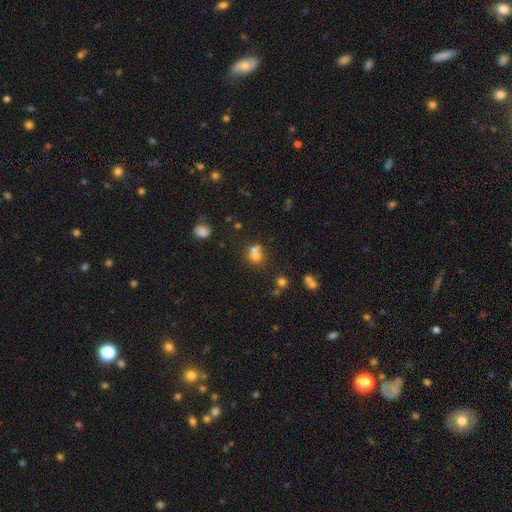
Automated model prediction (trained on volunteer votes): A smooth galaxy with no disk features (67%) that is round (69%).

Vote fractions:
- Smooth or featured? smooth: 67% / star or artifact: 17% / featured or disk: 16%
- How rounded? round: 69% / in between: 29% / cigar-shaped: 1%
- Merging? merger: 55% / none: 33% / minor disturbance: 8% / major disturbance: 4%